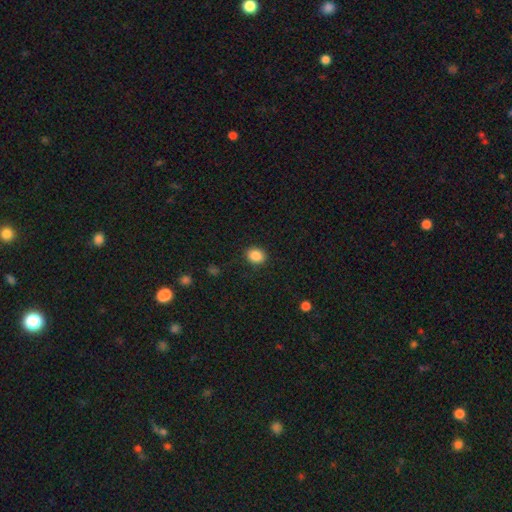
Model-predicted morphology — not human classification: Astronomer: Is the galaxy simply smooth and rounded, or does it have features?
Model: smooth — 87%.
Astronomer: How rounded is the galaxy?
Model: round — 56% (runner-up: in between, 43%).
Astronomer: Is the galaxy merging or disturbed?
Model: none — 89%.